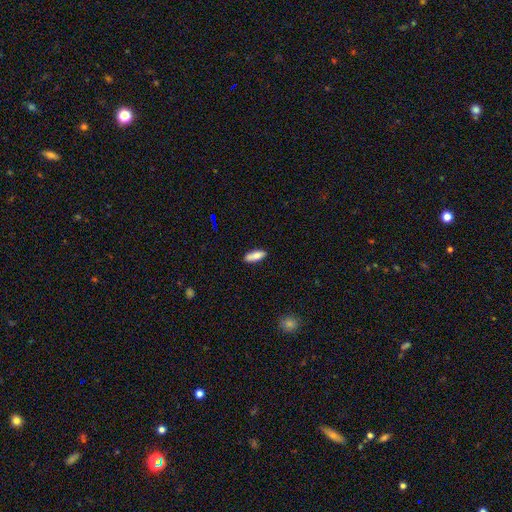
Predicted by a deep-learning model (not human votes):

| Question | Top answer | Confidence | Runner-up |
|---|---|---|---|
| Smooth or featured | smooth | 79% | featured or disk (14%) |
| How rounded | in between | 61% | cigar-shaped (36%) |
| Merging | none | 85% | minor disturbance (11%) |